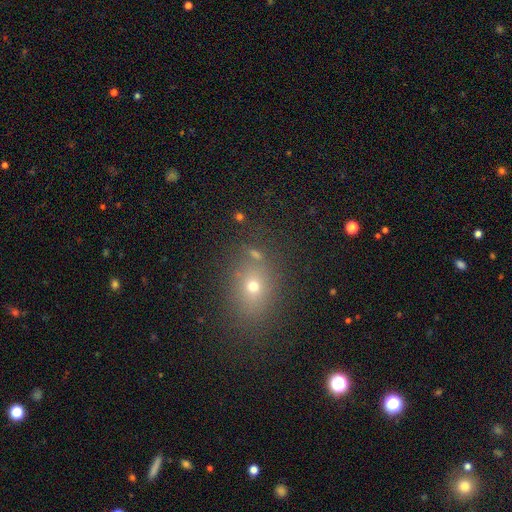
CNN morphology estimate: Smooth or featured? smooth (59%)
How rounded? in between (49%, tied with round)
Merging? none (72%)